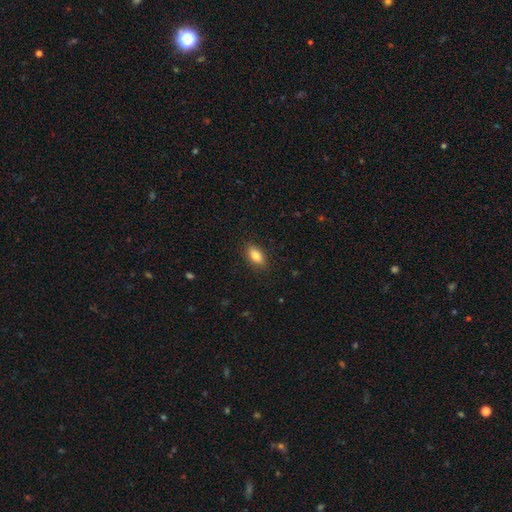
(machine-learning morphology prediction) A smooth galaxy with no disk features (84%) that is in between round and cigar-shaped (88%). Merging: none (88%).